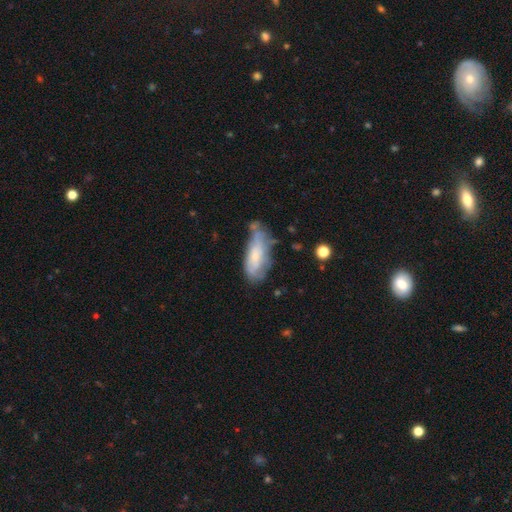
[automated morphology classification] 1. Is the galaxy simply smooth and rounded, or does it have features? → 53% smooth, 39% featured or disk, 7% star or artifact.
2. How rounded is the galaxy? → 76% in between, 22% cigar-shaped, 2% round.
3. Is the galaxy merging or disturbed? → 39% none, 34% minor disturbance, 18% major disturbance, 9% merger.